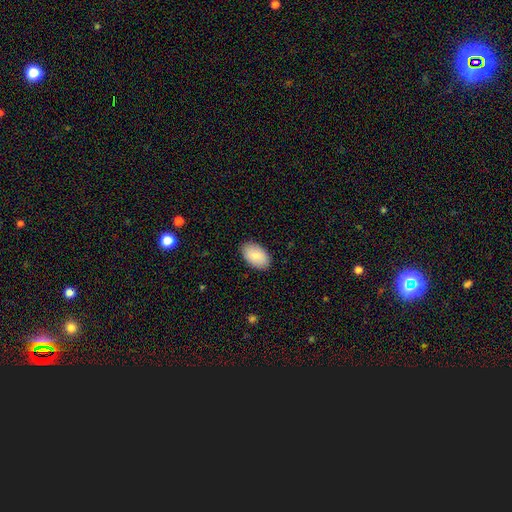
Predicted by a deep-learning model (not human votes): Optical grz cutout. It shows a smooth galaxy with no disk features (84%) that is in between round and cigar-shaped (94%). Merging: none (88%).